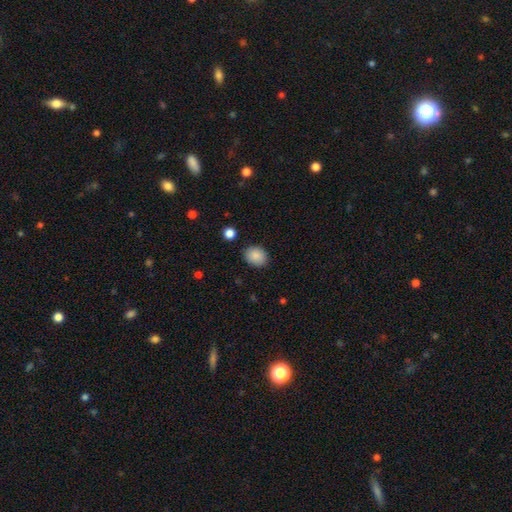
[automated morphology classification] Overall: smooth (88%). How rounded: round (56%; in between 43%). Merging: none (87%).